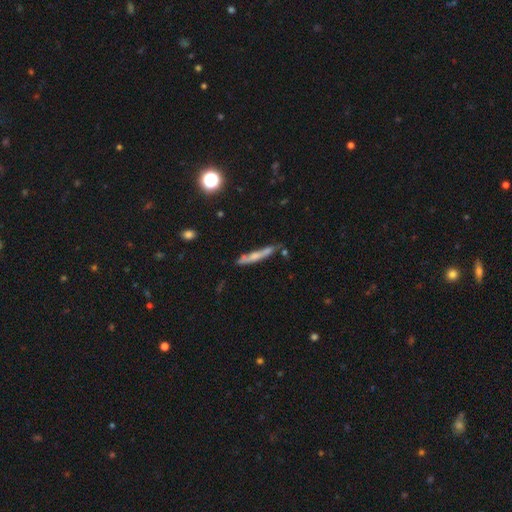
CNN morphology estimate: This is possibly a featured or disk galaxy (48%). Merging: likely none (70%).